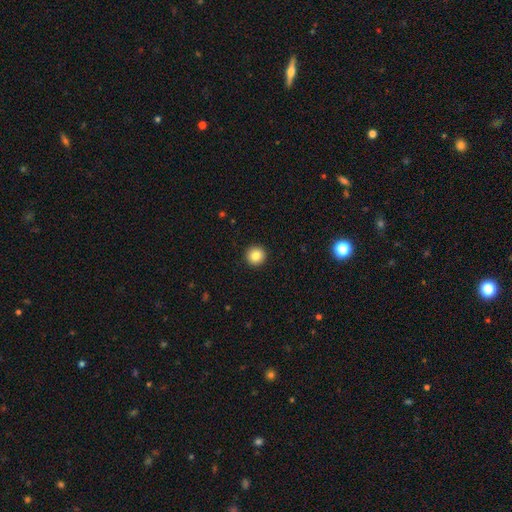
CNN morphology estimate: smooth 85%, star or artifact 10%, featured or disk 5%. Down the decision tree: how rounded — round (95%); merging — none (93%).